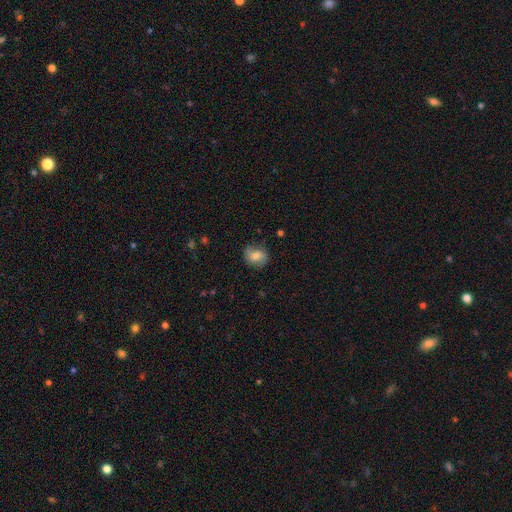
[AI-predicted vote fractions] Smooth or featured: smooth — 66% (featured or disk — 26%)
How rounded: round — 64% (in between — 35%)
Merging: none — 77% (minor disturbance — 17%)